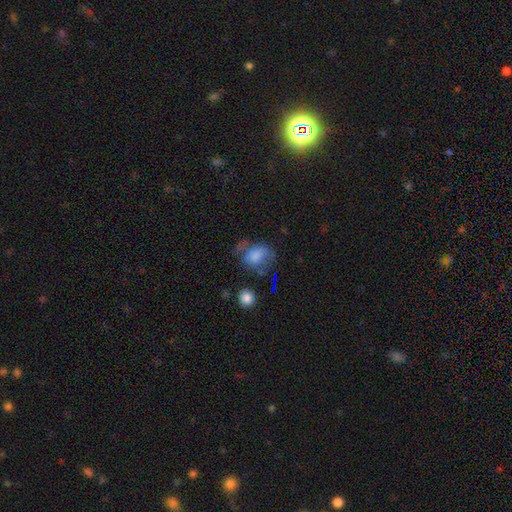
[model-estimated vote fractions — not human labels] Smooth or featured: smooth — 65% (featured or disk — 24%)
How rounded: in between — 66% (round — 32%)
Merging: none — 38% (major disturbance — 28%)